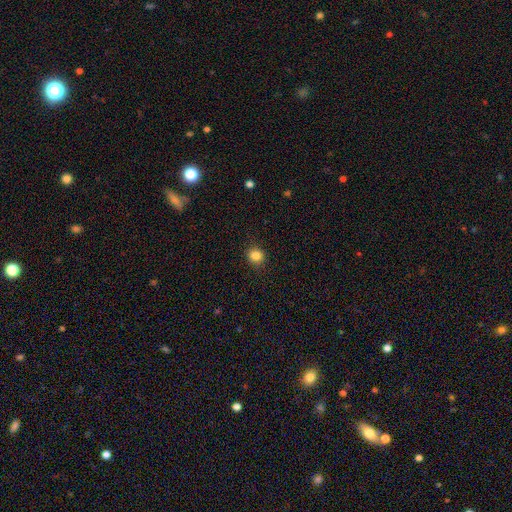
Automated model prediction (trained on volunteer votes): This appears to be a smooth galaxy with no disk features (84%) that is round (85%). Merging: none (89%).